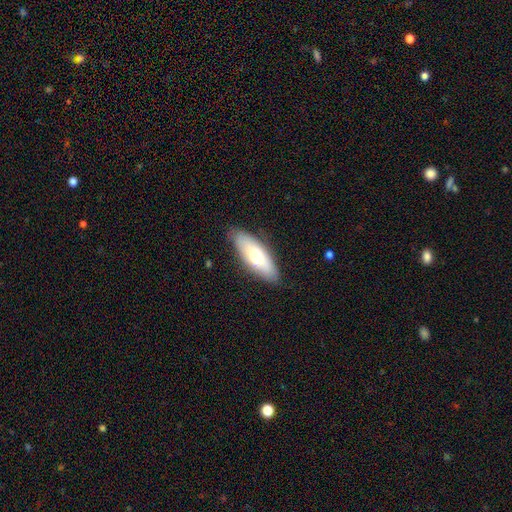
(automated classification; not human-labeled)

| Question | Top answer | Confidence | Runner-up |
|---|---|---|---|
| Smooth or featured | smooth | 67% | featured or disk (27%) |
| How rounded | in between | 67% | cigar-shaped (32%) |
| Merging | none | 85% | minor disturbance (12%) |